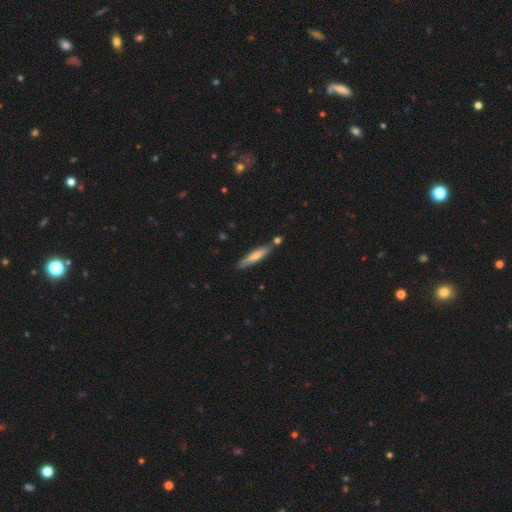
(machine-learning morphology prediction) Smooth or featured? Predicted: smooth (p=0.66). How rounded? Predicted: cigar-shaped (p=0.88). Merging? Predicted: none (p=0.77).